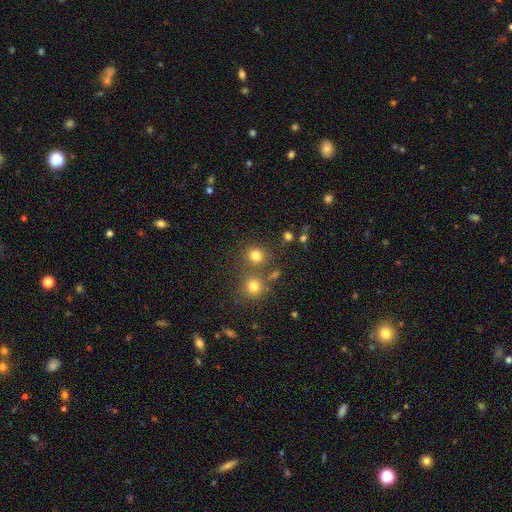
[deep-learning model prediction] Smooth or featured? Predicted: smooth (p=0.78). How rounded? Predicted: round (p=0.85). Merging? Predicted: none (p=0.70).